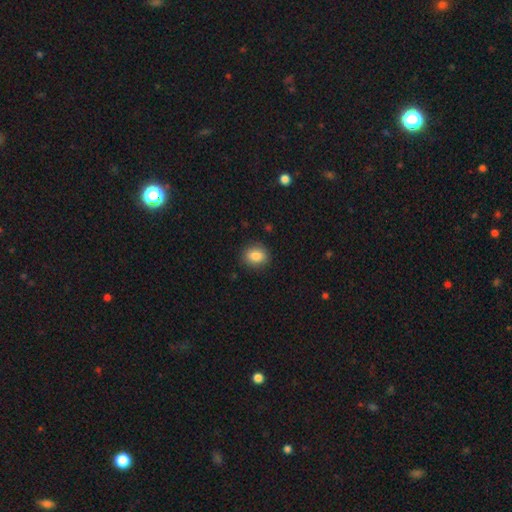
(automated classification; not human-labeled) Smooth or featured?
  - smooth: 84% *
  - star or artifact: 9%
  - featured or disk: 7%
How rounded?
  - round: 57% *
  - in between: 42%
  - cigar-shaped: 1%
Merging?
  - none: 87% *
  - minor disturbance: 9%
  - major disturbance: 2%
  - merger: 1%